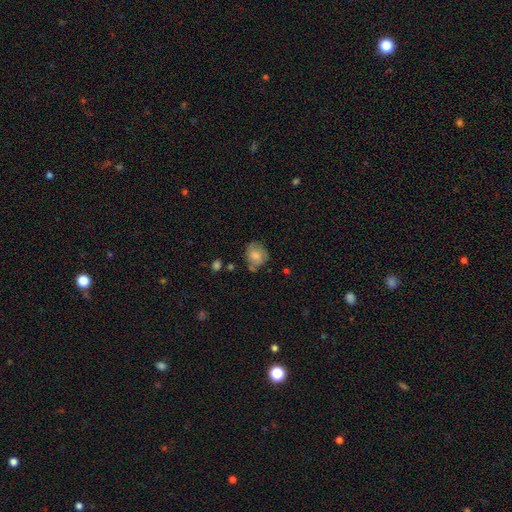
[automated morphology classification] This appears to be a smooth galaxy with no disk features (72%) that is round (64%). Merging: none (59%).